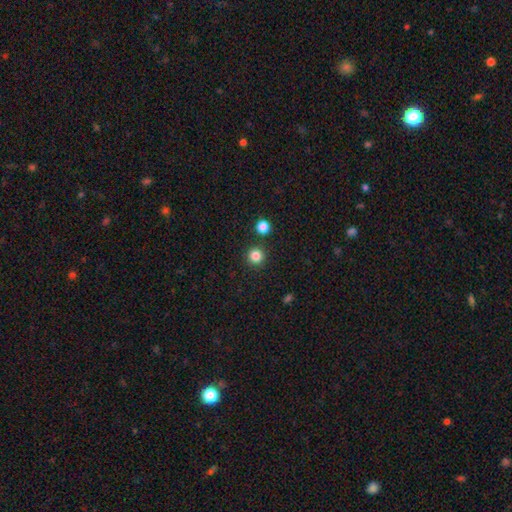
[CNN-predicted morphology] smooth 84%, star or artifact 12%, featured or disk 4%. Down the decision tree: how rounded — round (95%); merging — none (89%).